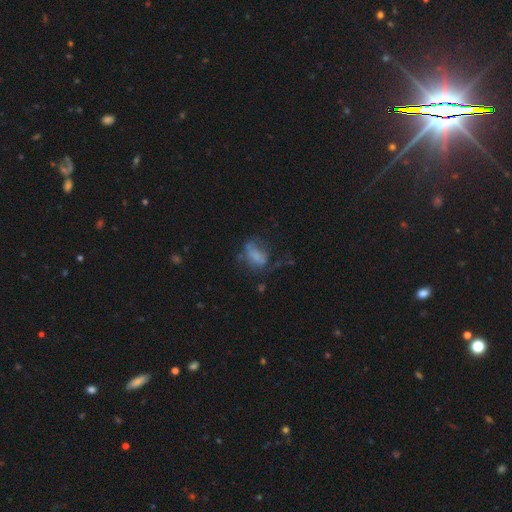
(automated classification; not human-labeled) This is possibly a smooth galaxy (53%). How rounded: clearly in between (81%). Merging: marginally major disturbance (42%).